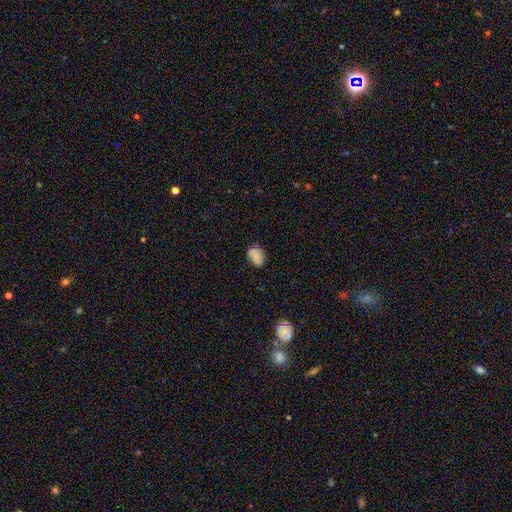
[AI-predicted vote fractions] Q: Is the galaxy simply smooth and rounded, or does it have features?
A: smooth — 72%.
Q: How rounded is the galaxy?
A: in between — 79%.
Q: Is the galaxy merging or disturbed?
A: none — 76%.